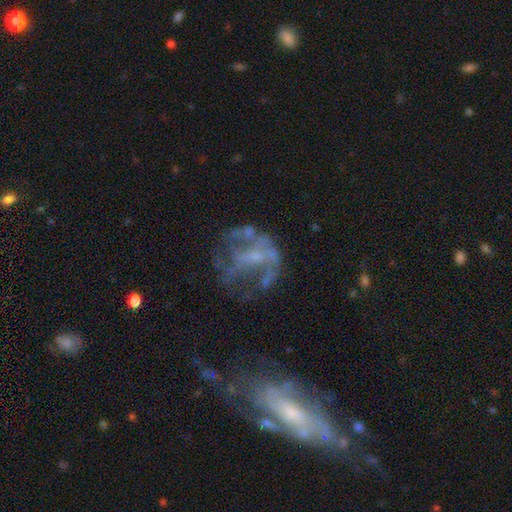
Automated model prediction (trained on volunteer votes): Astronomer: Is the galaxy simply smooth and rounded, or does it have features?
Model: featured or disk — 66%.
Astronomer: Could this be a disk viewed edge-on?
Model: no — 97%.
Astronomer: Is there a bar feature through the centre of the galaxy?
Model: no — 60%.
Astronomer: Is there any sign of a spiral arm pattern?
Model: no — 66%.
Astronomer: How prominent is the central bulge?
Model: small — 41% (runner-up: none, 39%).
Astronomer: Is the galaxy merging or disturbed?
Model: major disturbance — 38% (runner-up: none, 37%).